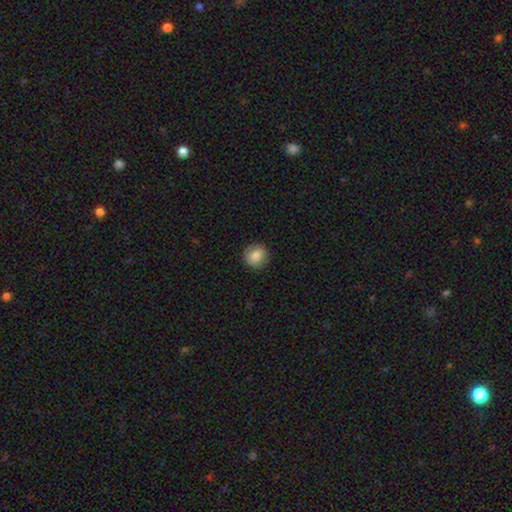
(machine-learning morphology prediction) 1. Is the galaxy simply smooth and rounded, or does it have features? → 81% smooth, 11% featured or disk, 8% star or artifact.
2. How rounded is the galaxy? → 86% round, 13% in between, 1% cigar-shaped.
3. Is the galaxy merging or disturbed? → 88% none, 9% minor disturbance, 2% major disturbance, 1% merger.